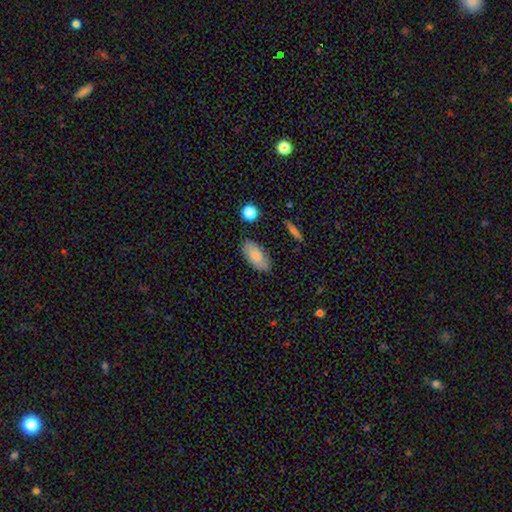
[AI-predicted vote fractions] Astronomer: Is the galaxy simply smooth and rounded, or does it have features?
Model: smooth — 70%.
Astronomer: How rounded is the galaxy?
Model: in between — 92%.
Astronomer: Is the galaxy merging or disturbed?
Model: none — 77%.